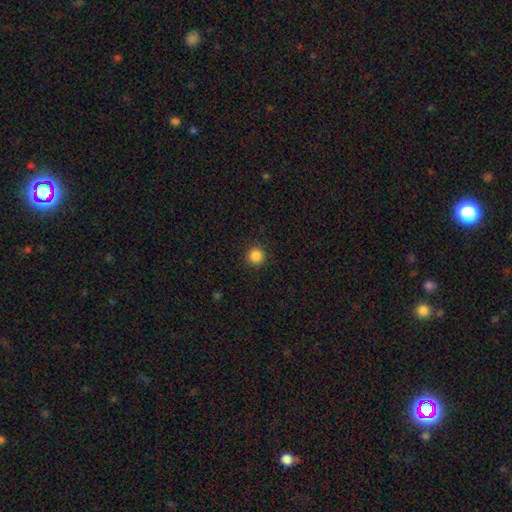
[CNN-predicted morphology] Smooth or featured?
  - smooth: 86% *
  - star or artifact: 11%
  - featured or disk: 3%
How rounded?
  - round: 95% *
  - in between: 4%
  - cigar-shaped: 1%
Merging?
  - none: 91% *
  - minor disturbance: 6%
  - major disturbance: 2%
  - merger: 1%